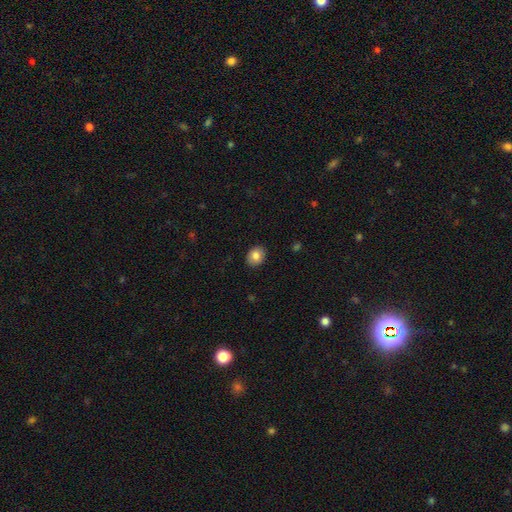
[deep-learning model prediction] This is clearly a smooth galaxy (84%). How rounded: possibly in between (54%). Merging: clearly none (89%).